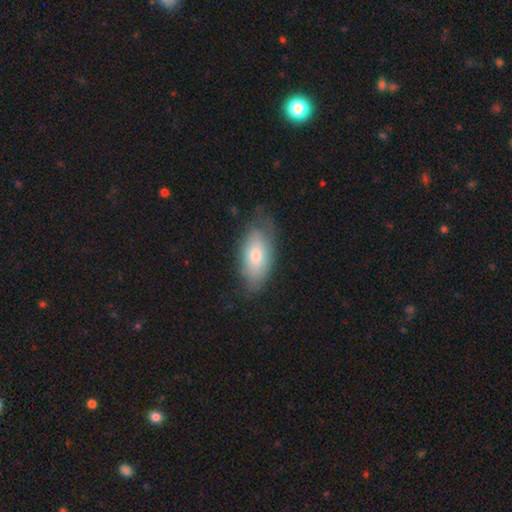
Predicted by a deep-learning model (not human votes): This appears to be a smooth galaxy with no disk features (60%) that is in between round and cigar-shaped (88%). Merging: none (71%).